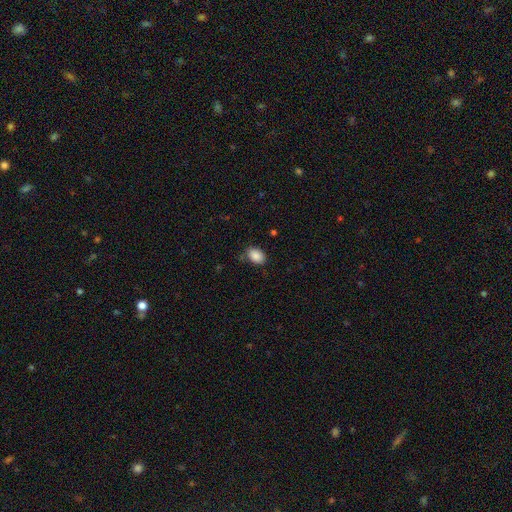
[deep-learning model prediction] smooth-or-featured: smooth: 88% | star or artifact: 8% | featured or disk: 4%
  how-rounded: in between: 81% | round: 18% | cigar-shaped: 1%
  merging: none: 78% | minor disturbance: 16% | major disturbance: 4% | merger: 2%